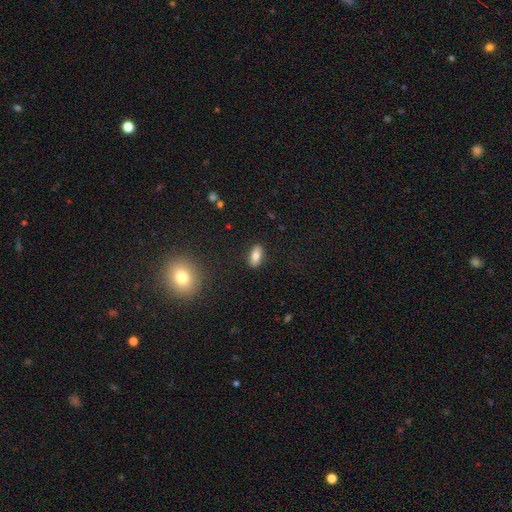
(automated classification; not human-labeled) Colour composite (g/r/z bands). It shows a smooth galaxy with no disk features (76%) that is in between round and cigar-shaped (85%). Merging: none (88%).